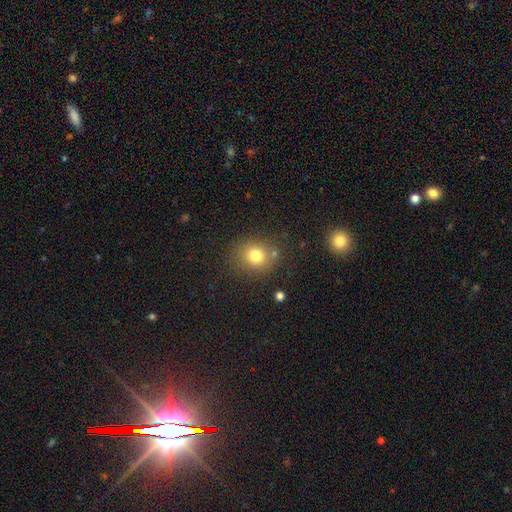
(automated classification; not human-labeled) smooth-or-featured: smooth: 78% | star or artifact: 13% | featured or disk: 9%
  how-rounded: round: 74% | in between: 25% | cigar-shaped: 1%
  merging: none: 77% | minor disturbance: 12% | merger: 7% | major disturbance: 5%